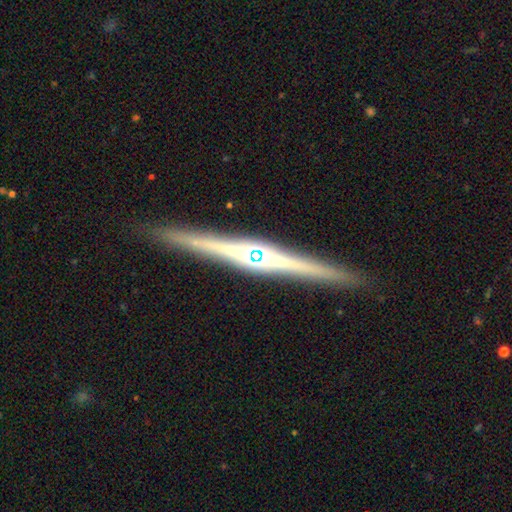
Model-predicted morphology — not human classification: Smooth or featured?
  - featured or disk: 84% *
  - smooth: 10%
  - star or artifact: 6%
Edge-on disk?
  - yes: 98% *
  - no: 2%
Edge-on bulge?
  - rounded: 52% *
  - boxy: 27%
  - none: 20%
Merging?
  - none: 91% *
  - minor disturbance: 6%
  - merger: 1%
  - major disturbance: 1%